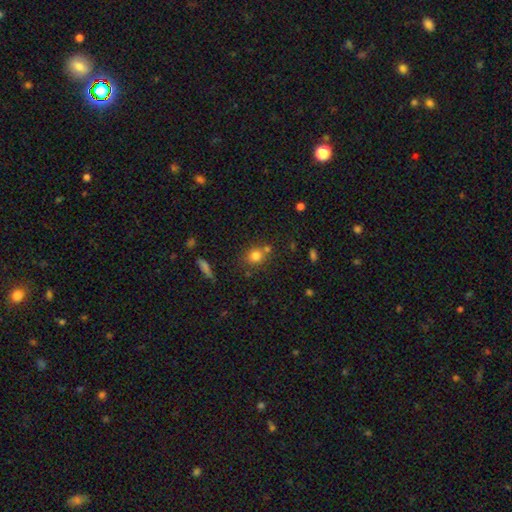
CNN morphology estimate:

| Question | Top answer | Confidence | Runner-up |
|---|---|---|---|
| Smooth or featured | smooth | 79% | star or artifact (13%) |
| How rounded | round | 80% | in between (18%) |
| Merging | none | 61% | merger (23%) |